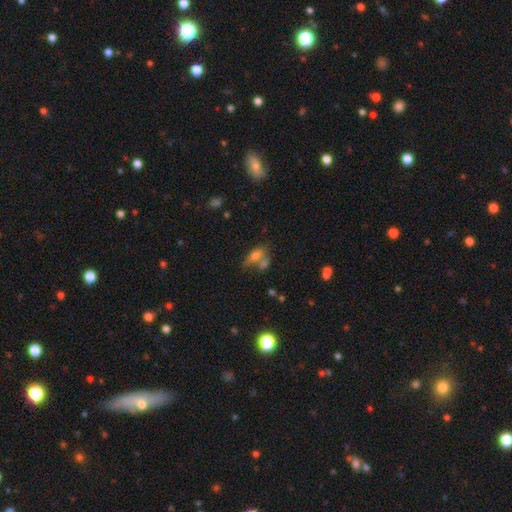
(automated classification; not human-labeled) This is likely a smooth galaxy (68%). How rounded: likely in between (78%). Merging: marginally merger (44%).